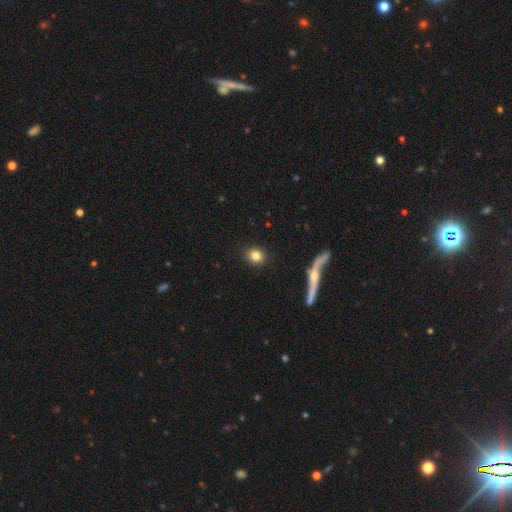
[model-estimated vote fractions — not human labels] A smooth galaxy with no disk features (83%) that is round (81%). Merging: none (90%).